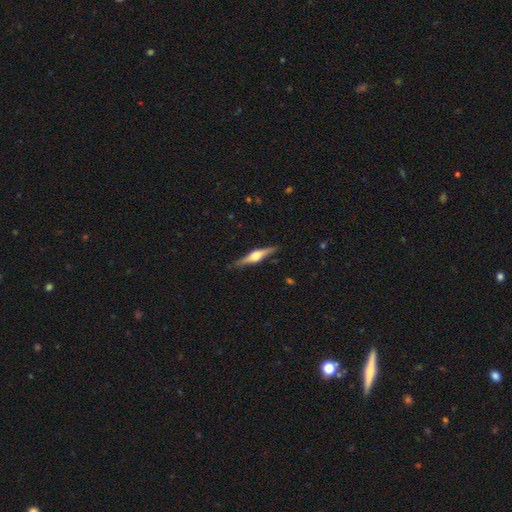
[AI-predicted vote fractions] Smooth or featured? Predicted: featured or disk (p=0.73). Edge-on disk? Predicted: yes (p=0.97). Edge-on bulge? Predicted: rounded (p=0.92). Merging? Predicted: none (p=0.88).